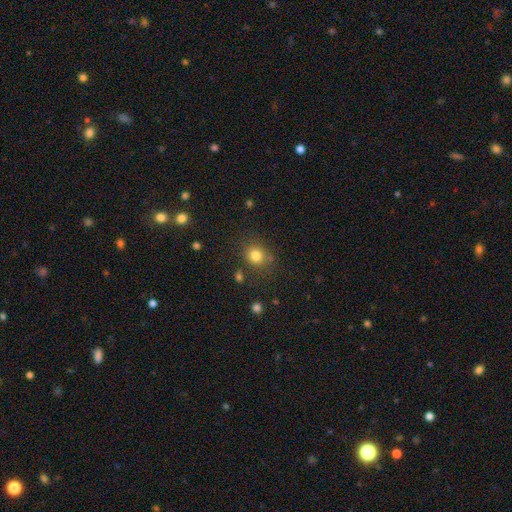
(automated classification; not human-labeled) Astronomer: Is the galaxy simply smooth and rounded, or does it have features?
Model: smooth — 81%.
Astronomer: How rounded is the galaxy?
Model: round — 79%.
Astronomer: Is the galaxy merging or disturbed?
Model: none — 76%.